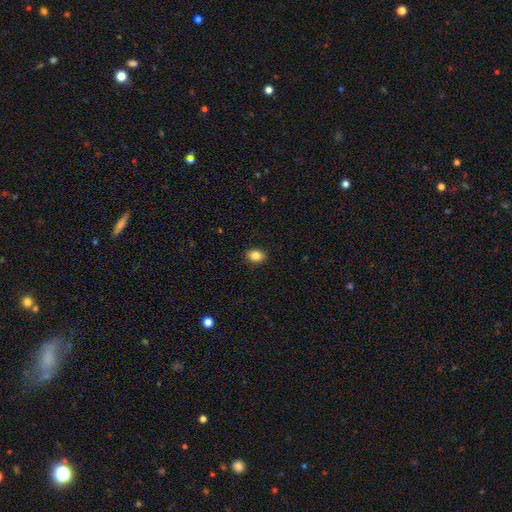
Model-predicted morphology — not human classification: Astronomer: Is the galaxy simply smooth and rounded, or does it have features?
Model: smooth — 84%.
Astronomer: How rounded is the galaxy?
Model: in between — 66%.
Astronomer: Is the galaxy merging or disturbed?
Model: none — 88%.